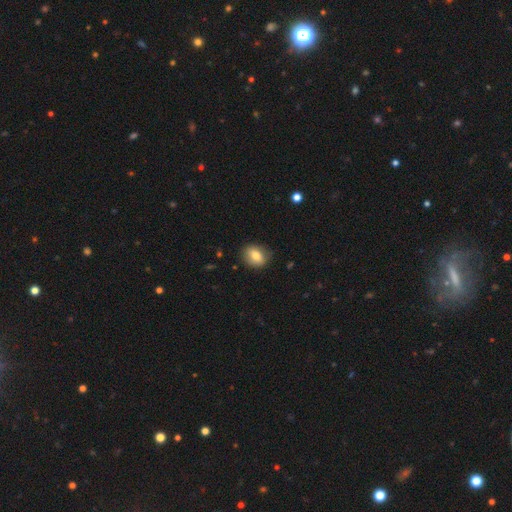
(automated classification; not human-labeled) Q: Smooth or featured?
A: smooth (73%); runner-up: featured or disk (19%)
Q: How rounded?
A: in between (55%); runner-up: round (43%)
Q: Merging?
A: none (83%); runner-up: minor disturbance (13%)